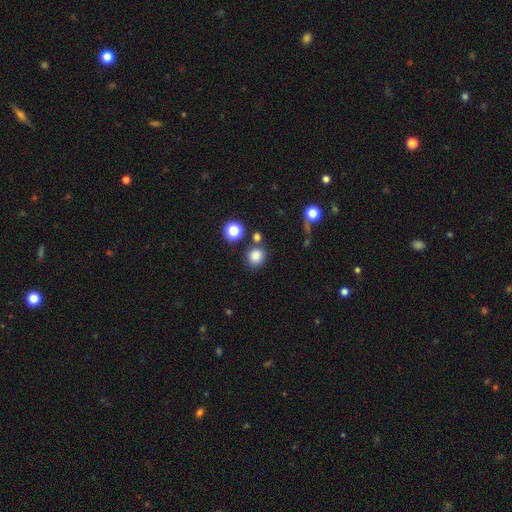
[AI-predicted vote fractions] Smooth or featured? Predicted: smooth (p=0.83). How rounded? Predicted: round (p=0.87). Merging? Predicted: none (p=0.75).